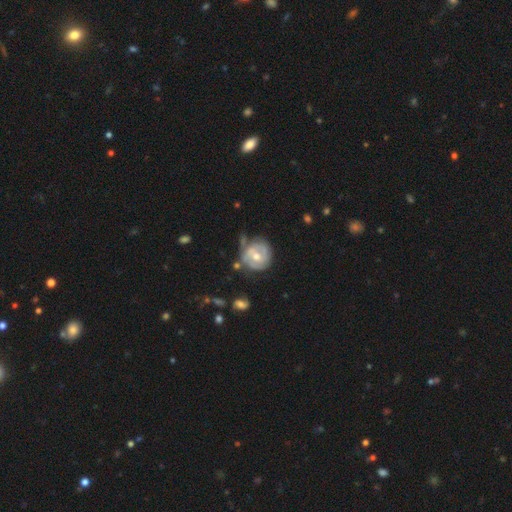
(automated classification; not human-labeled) Smooth or featured: featured or disk — 66% (smooth — 28%)
Edge-on disk: no — 97% (yes — 3%)
Bar: no — 62% (weak — 32%)
Spiral arms: yes — 73% (no — 27%)
Bulge size: moderate — 68% (small — 26%)
Merging: none — 51% (minor disturbance — 28%)